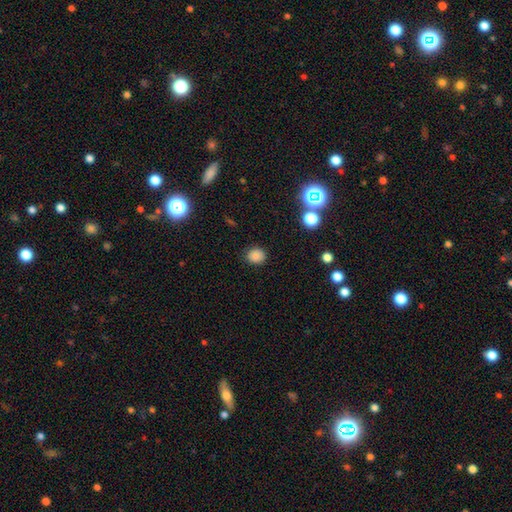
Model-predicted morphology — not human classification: smooth_or_featured: smooth (p=0.84) [alt: star or artifact p=0.13]
how_rounded: round (p=0.79) [alt: in between p=0.20]
merging: none (p=0.86) [alt: minor disturbance p=0.09]